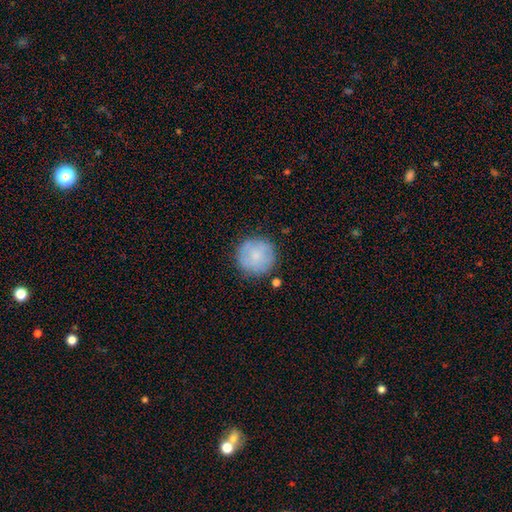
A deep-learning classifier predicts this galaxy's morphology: This is likely a smooth galaxy (75%). How rounded: clearly round (95%). Merging: clearly none (80%).